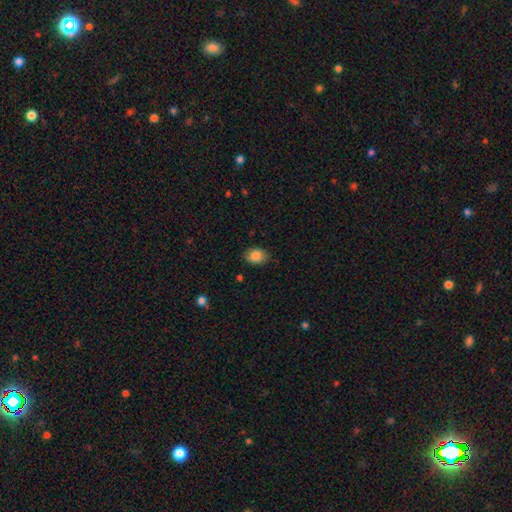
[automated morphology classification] smooth 86%, star or artifact 9%, featured or disk 5%. Down the decision tree: how rounded — in between (66%); merging — none (83%).